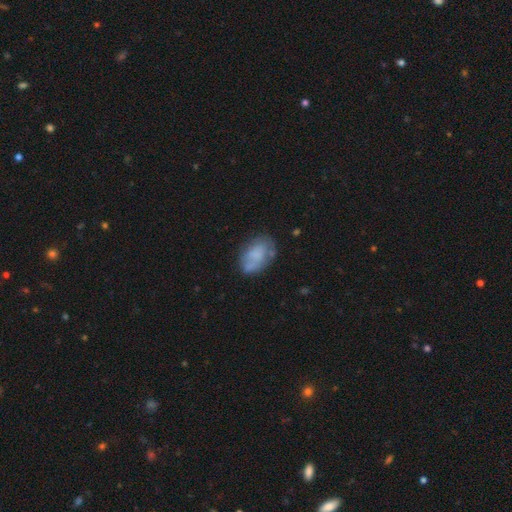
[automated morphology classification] A smooth galaxy with no disk features (60%) that is in between round and cigar-shaped (88%). Merging: none (57%).